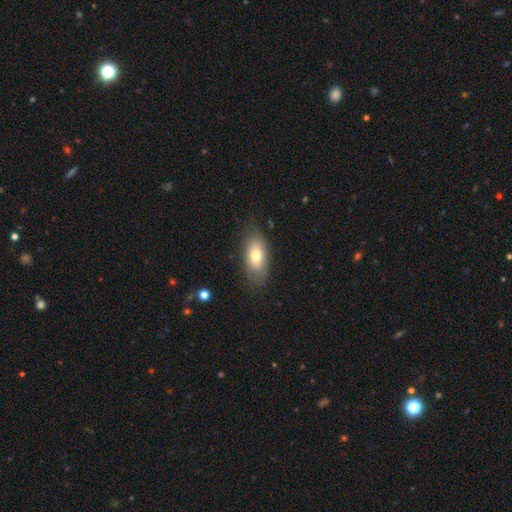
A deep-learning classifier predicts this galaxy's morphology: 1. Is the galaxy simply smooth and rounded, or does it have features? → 70% smooth, 22% featured or disk, 8% star or artifact.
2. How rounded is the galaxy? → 88% in between, 6% cigar-shaped, 6% round.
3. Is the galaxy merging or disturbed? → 77% none, 17% minor disturbance, 5% major disturbance, 1% merger.